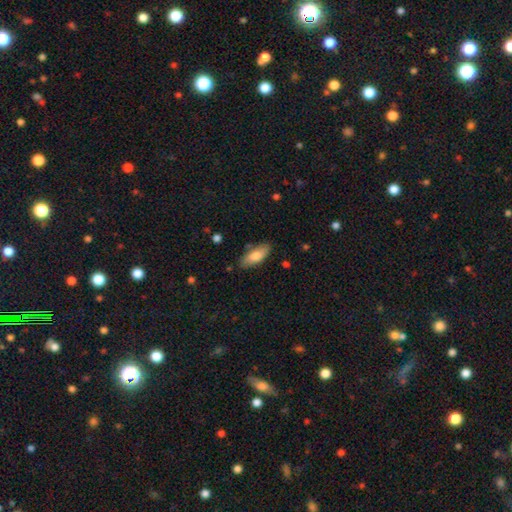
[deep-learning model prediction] Smooth or featured? Predicted: smooth (p=0.79). How rounded? Predicted: in between (p=0.79). Merging? Predicted: none (p=0.82).